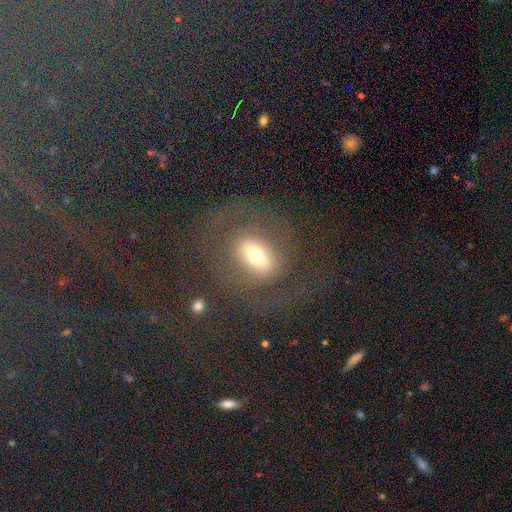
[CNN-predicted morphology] A featured or disk galaxy (53%). Merging: none (64%).